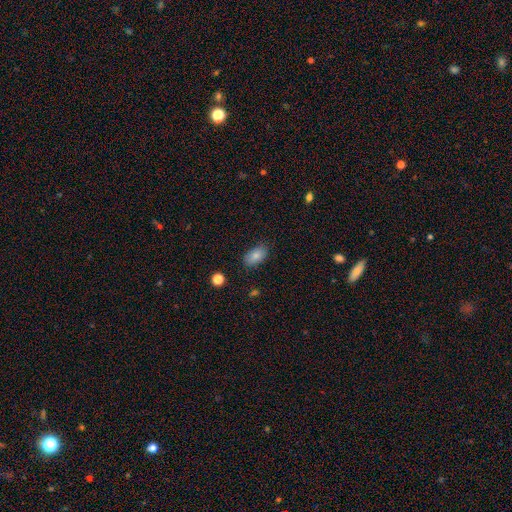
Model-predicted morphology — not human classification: This is clearly a smooth galaxy (81%). How rounded: clearly in between (91%). Merging: clearly none (82%).